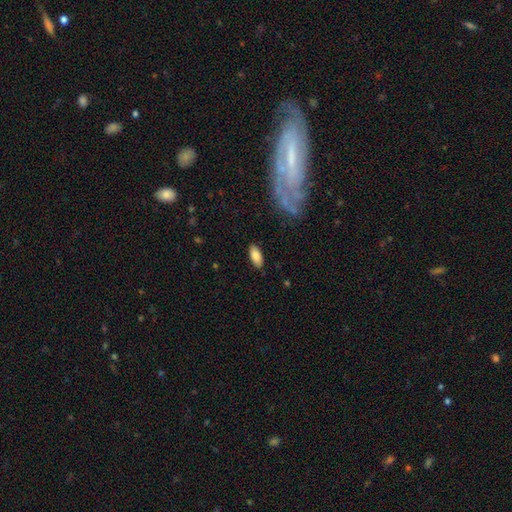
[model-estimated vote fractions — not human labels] Smooth or featured? smooth (84%)
How rounded? in between (86%)
Merging? none (86%)